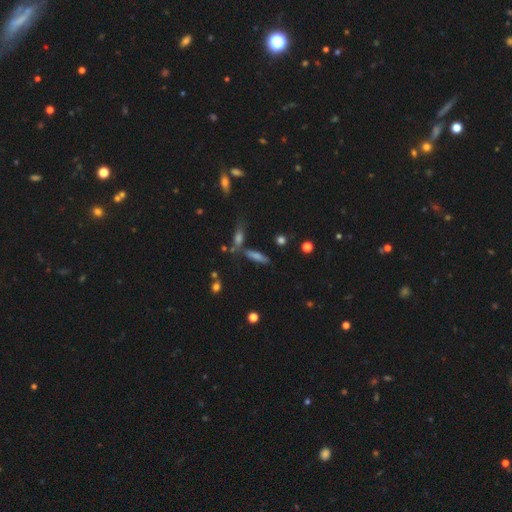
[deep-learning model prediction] This appears to be a smooth galaxy with no disk features (53%) that is cigar-shaped (59%). Merging: none (63%).